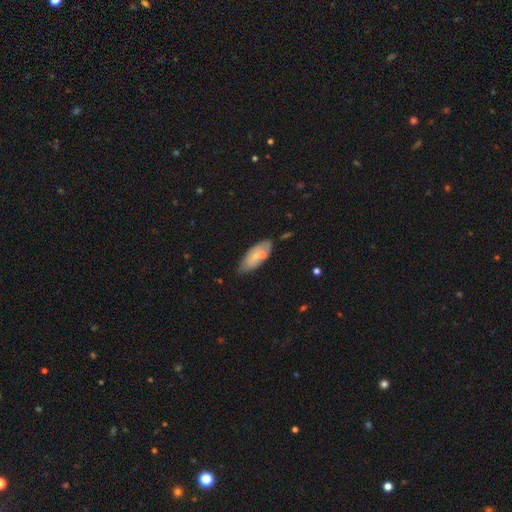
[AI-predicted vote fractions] A smooth galaxy with no disk features (62%) that is in between round and cigar-shaped (82%). Merging: none (60%).